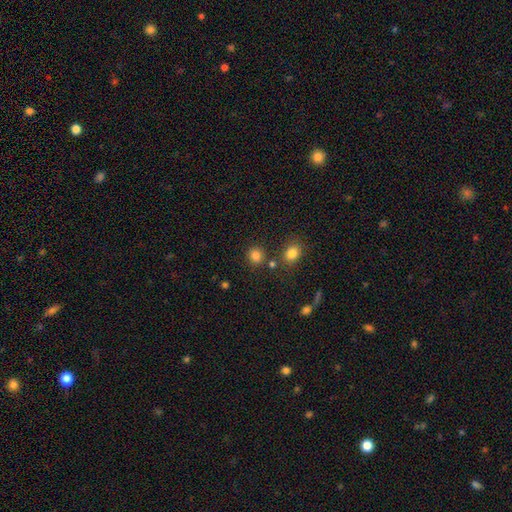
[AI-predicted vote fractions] smooth 82%, star or artifact 13%, featured or disk 5%. Down the decision tree: how rounded — round (84%); merging — none (80%).